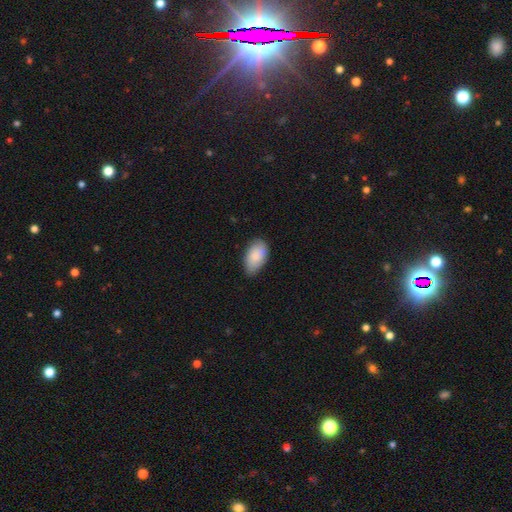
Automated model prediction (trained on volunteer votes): Q: Smooth or featured?
A: smooth (87%); runner-up: featured or disk (8%)
Q: How rounded?
A: in between (95%); runner-up: round (4%)
Q: Merging?
A: none (71%); runner-up: minor disturbance (25%)